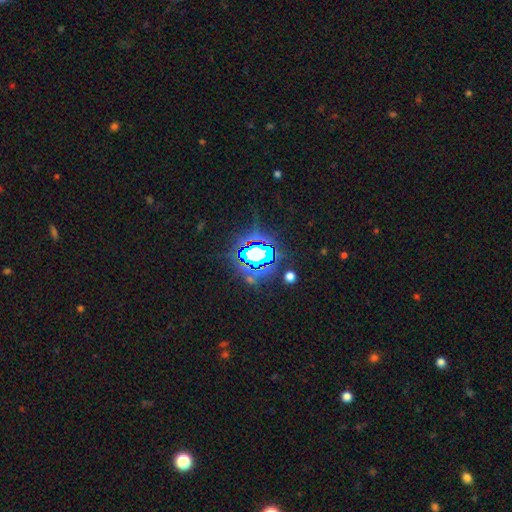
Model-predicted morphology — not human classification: Smooth or featured?
  - star or artifact: 70% *
  - smooth: 15%
  - featured or disk: 15%